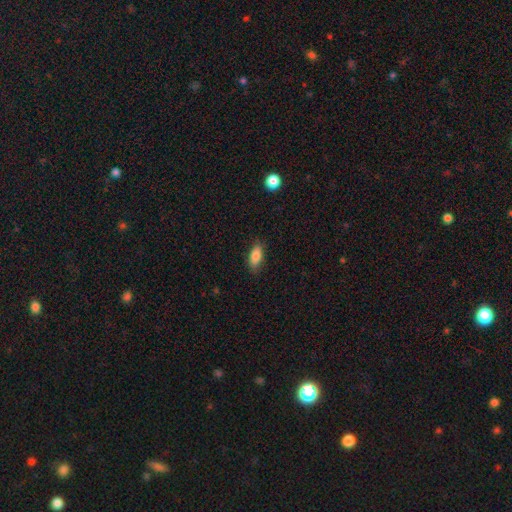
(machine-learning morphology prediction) type=smooth (84%); roundness=in between (81%); merging=none (81%).